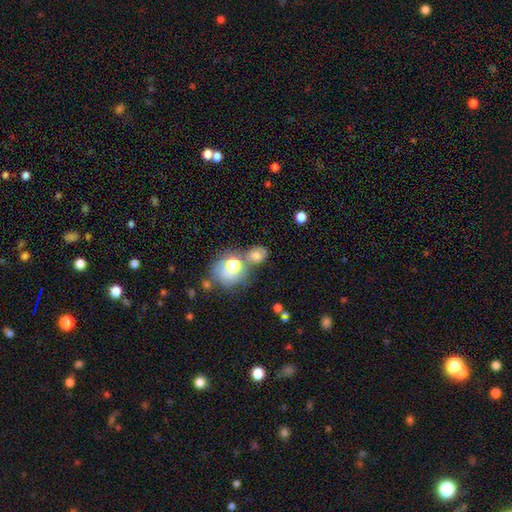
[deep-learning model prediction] Overall: smooth (61%; star or artifact 22%). How rounded: round (61%; in between 38%). Merging: none (46%; merger 31%).